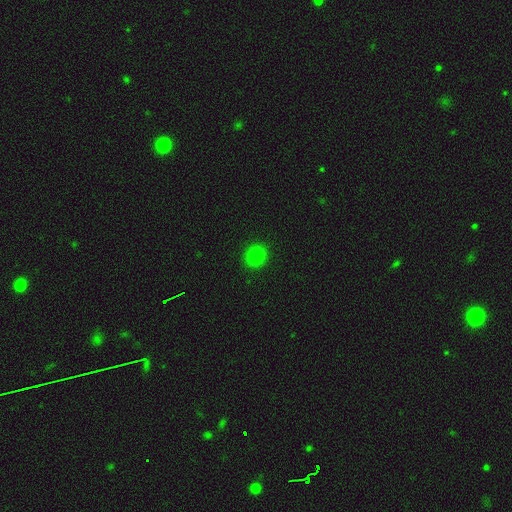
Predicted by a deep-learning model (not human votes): smooth_or_featured: smooth (p=0.80) [alt: star or artifact p=0.14]
how_rounded: round (p=0.85) [alt: in between p=0.14]
merging: none (p=0.91) [alt: minor disturbance p=0.06]